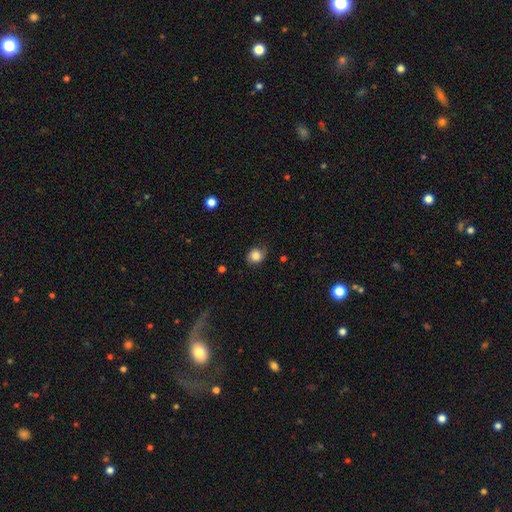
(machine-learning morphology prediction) Smooth or featured? smooth (80%)
How rounded? round (69%)
Merging? none (73%)